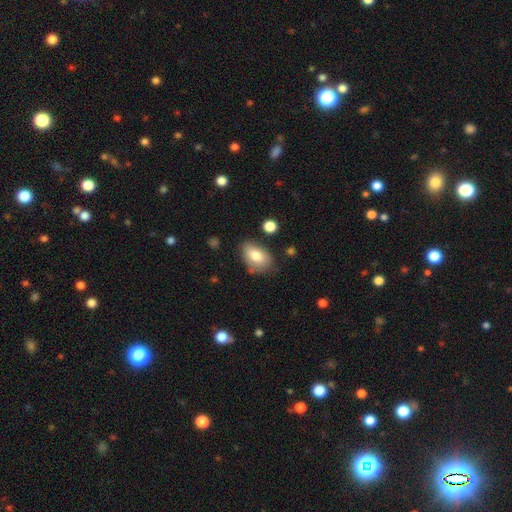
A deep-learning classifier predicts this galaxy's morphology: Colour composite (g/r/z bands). It shows a smooth galaxy with no disk features (79%) that is in between round and cigar-shaped (90%). Merging: none (67%).